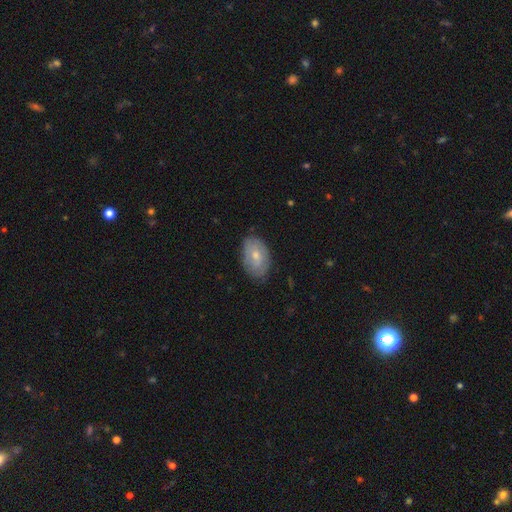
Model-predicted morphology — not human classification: smooth-or-featured: smooth: 56% | featured or disk: 38% | star or artifact: 6%
  how-rounded: in between: 90% | round: 8% | cigar-shaped: 1%
  merging: none: 76% | minor disturbance: 19% | major disturbance: 4% | merger: 1%